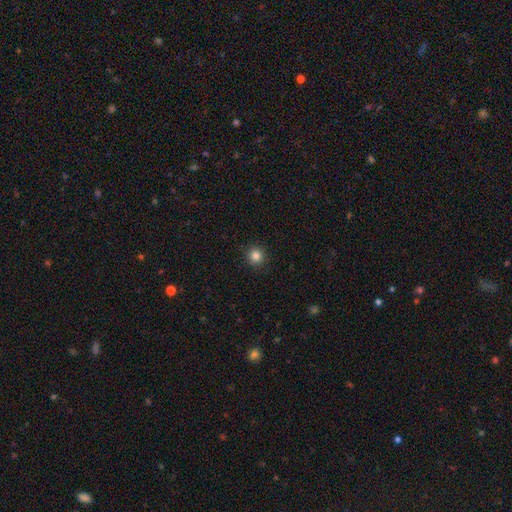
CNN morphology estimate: Q: Smooth or featured?
A: smooth (84%); runner-up: star or artifact (12%)
Q: How rounded?
A: round (93%); runner-up: in between (6%)
Q: Merging?
A: none (91%); runner-up: minor disturbance (6%)